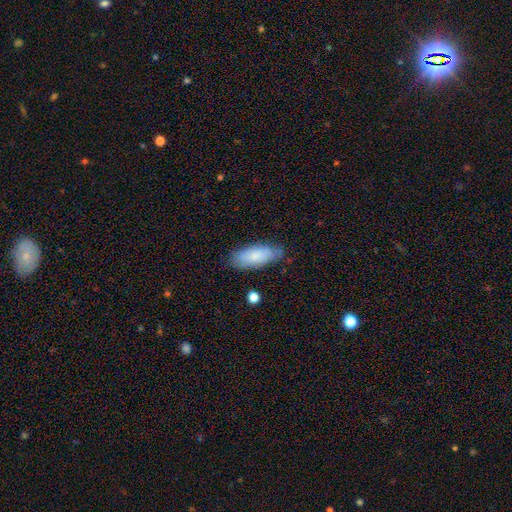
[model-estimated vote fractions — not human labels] smooth_or_featured: smooth (p=0.76) [alt: featured or disk p=0.17]
how_rounded: in between (p=0.80) [alt: cigar-shaped p=0.18]
merging: none (p=0.73) [alt: minor disturbance p=0.21]